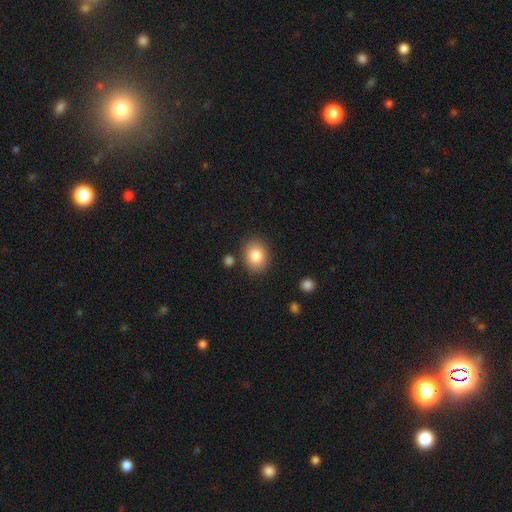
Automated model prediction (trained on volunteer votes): Overall: smooth (83%). How rounded: round (50%; in between 49%). Merging: none (84%).